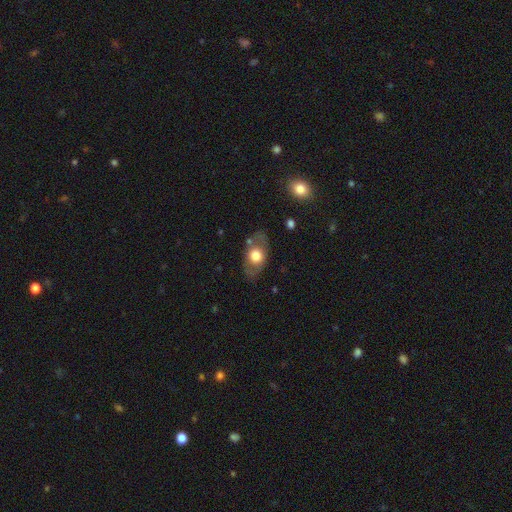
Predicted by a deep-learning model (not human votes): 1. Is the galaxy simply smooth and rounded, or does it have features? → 57% smooth, 37% featured or disk, 6% star or artifact.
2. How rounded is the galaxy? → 80% in between, 18% round, 3% cigar-shaped.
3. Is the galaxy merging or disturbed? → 76% none, 16% minor disturbance, 6% major disturbance, 3% merger.